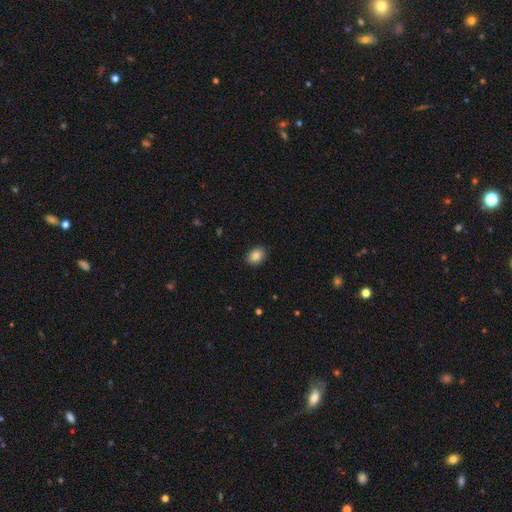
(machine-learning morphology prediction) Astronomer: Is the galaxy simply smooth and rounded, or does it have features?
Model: smooth — 85%.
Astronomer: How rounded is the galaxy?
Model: in between — 65%.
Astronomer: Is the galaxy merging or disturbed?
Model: none — 88%.